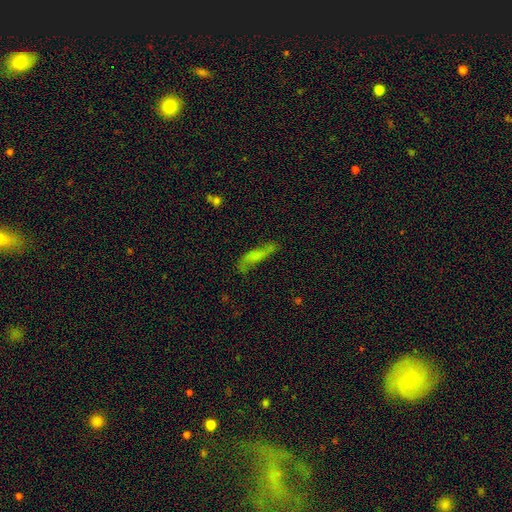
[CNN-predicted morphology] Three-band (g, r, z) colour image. It shows a smooth galaxy with no disk features (51%) that is cigar-shaped (70%). Merging: none (59%).